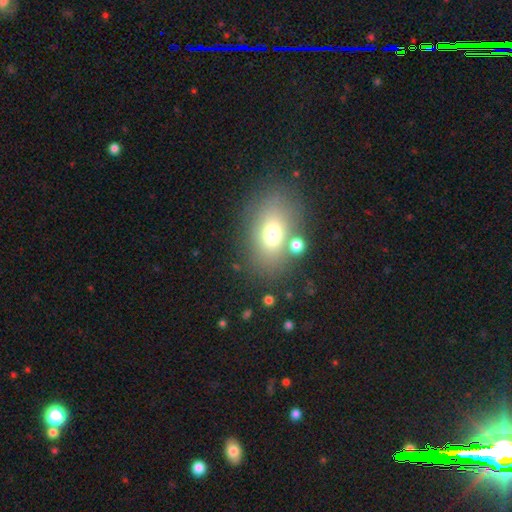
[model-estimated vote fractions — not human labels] smooth_or_featured: smooth (p=0.66) [alt: star or artifact p=0.19]
how_rounded: in between (p=0.79) [alt: round p=0.18]
merging: none (p=0.77) [alt: minor disturbance p=0.11]